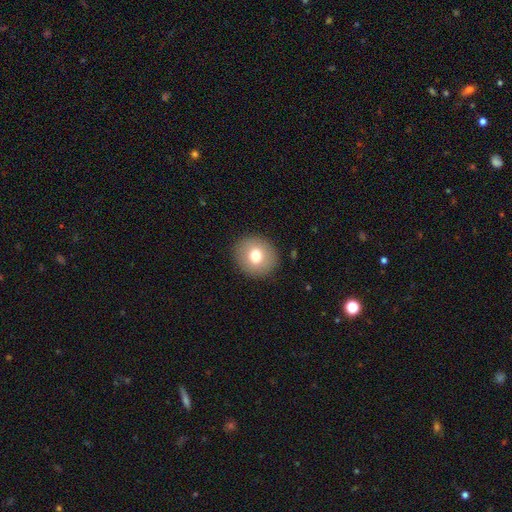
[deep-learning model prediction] Morphology: type=smooth (74%); roundness=round (88%); merging=none (91%).